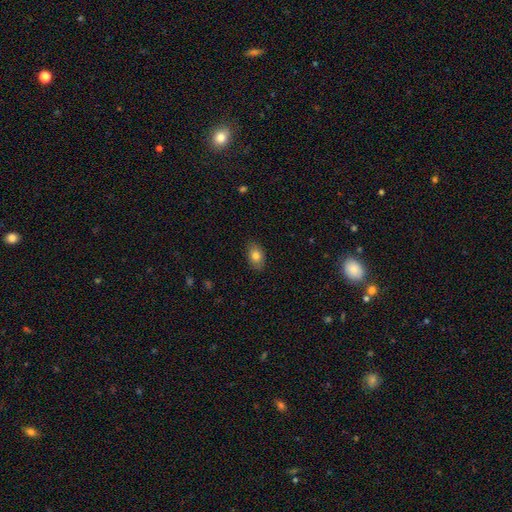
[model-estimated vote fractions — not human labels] smooth-or-featured: smooth: 82% | featured or disk: 10% | star or artifact: 8%
  how-rounded: in between: 87% | round: 11% | cigar-shaped: 1%
  merging: none: 86% | minor disturbance: 10% | major disturbance: 2% | merger: 1%